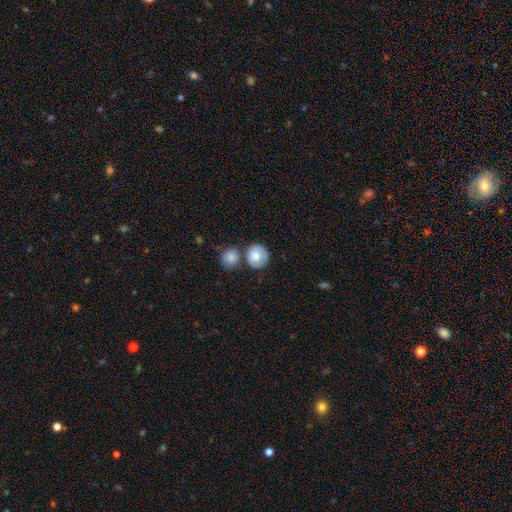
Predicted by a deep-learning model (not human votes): The model was most divided on "merging": none: 58%, merger: 22%, minor disturbance: 15%, major disturbance: 5%. More confident: how rounded — round (83%); smooth or featured — smooth (77%).